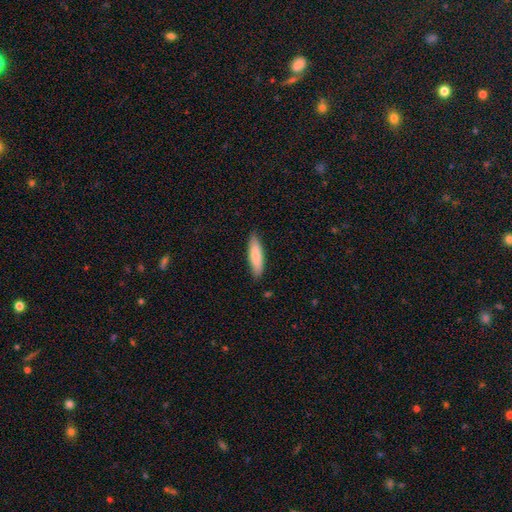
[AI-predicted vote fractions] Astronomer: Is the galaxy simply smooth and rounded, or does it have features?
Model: smooth — 81%.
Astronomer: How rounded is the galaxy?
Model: cigar-shaped — 71%.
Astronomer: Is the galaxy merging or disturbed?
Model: none — 86%.